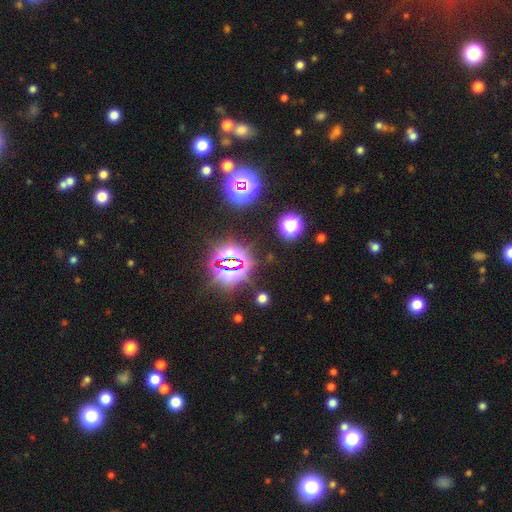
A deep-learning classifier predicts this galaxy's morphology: smooth_or_featured: star or artifact (p=0.79) [alt: smooth p=0.13]